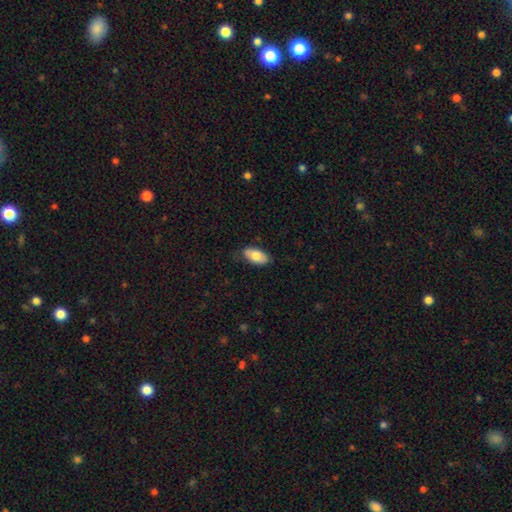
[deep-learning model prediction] This appears to be a smooth galaxy with no disk features (74%) that is in between round and cigar-shaped (93%). Merging: none (79%).